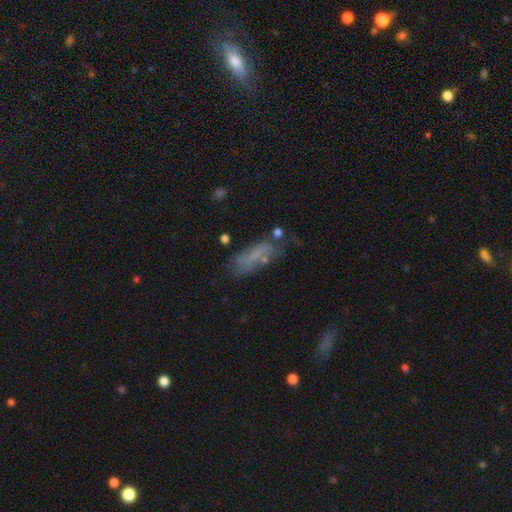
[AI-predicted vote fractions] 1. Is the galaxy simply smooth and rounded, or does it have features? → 52% smooth, 35% featured or disk, 13% star or artifact.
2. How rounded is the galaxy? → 54% in between, 43% cigar-shaped, 3% round.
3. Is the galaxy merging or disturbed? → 49% none, 25% minor disturbance, 17% major disturbance, 10% merger.